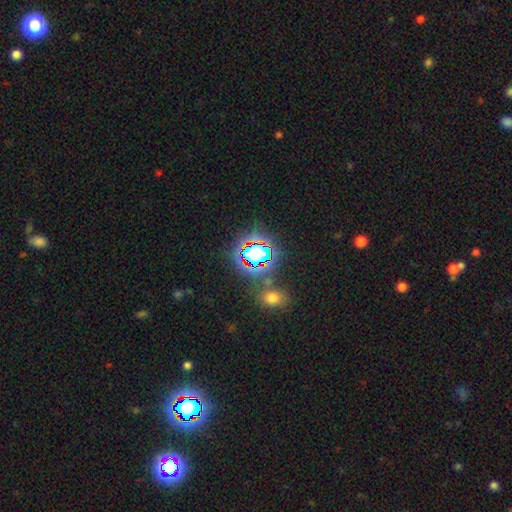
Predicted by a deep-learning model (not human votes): A star or artifact, not a galaxy (78%).

Vote fractions:
- Smooth or featured? star or artifact: 78% / smooth: 14% / featured or disk: 8%